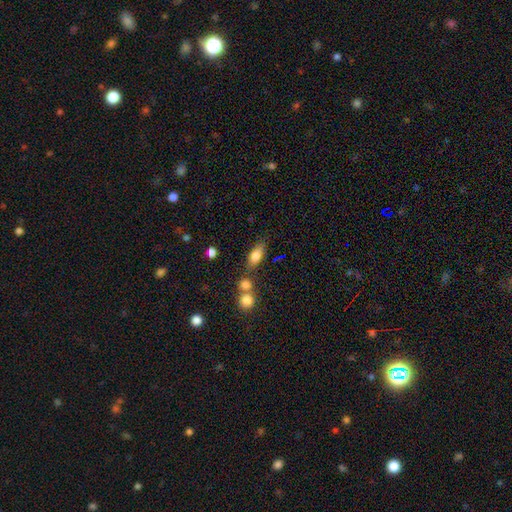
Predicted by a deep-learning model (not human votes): A smooth galaxy with no disk features (77%) that is in between round and cigar-shaped (77%).

Vote fractions:
- Smooth or featured? smooth: 77% / featured or disk: 13% / star or artifact: 10%
- How rounded? in between: 77% / cigar-shaped: 15% / round: 7%
- Merging? none: 61% / merger: 20% / minor disturbance: 14% / major disturbance: 5%